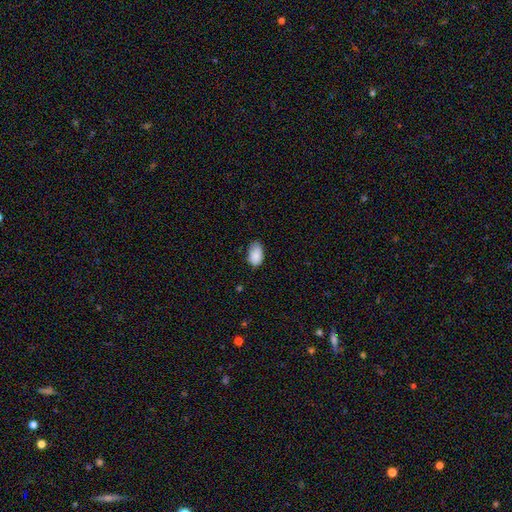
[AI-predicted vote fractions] Overall: smooth (86%). How rounded: in between (91%). Merging: none (63%; minor disturbance 31%).